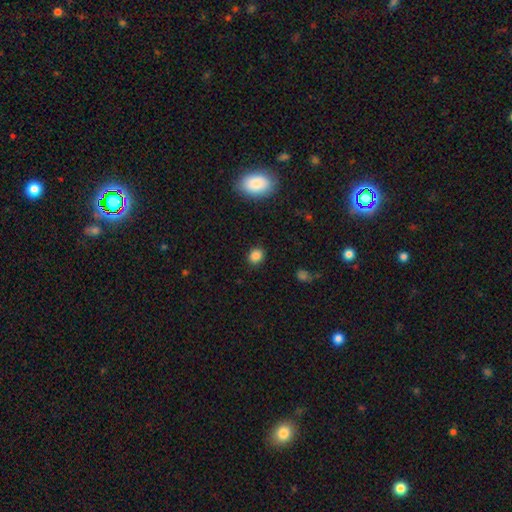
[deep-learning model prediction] Smooth or featured? smooth (85%)
How rounded? round (63%)
Merging? none (88%)